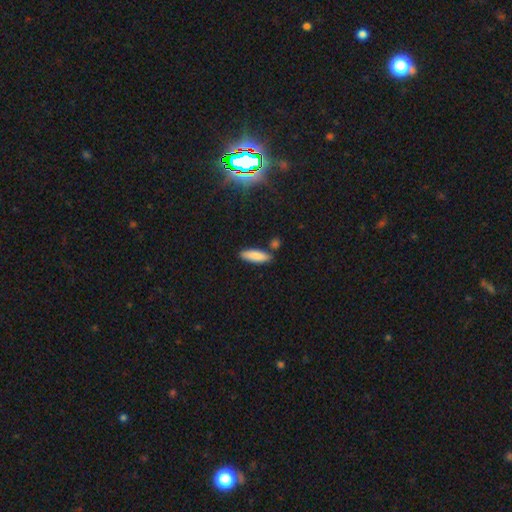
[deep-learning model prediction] Morphology: type=smooth (85%); roundness=in between (50%); merging=none (80%).